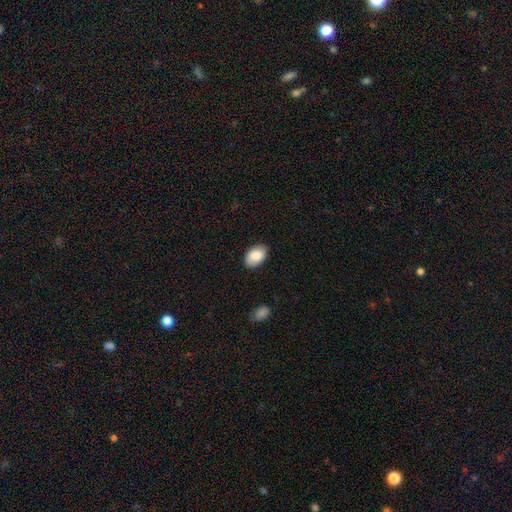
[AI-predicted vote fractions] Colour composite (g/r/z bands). It shows a smooth galaxy with no disk features (86%) that is in between round and cigar-shaped (90%). Merging: none (86%).